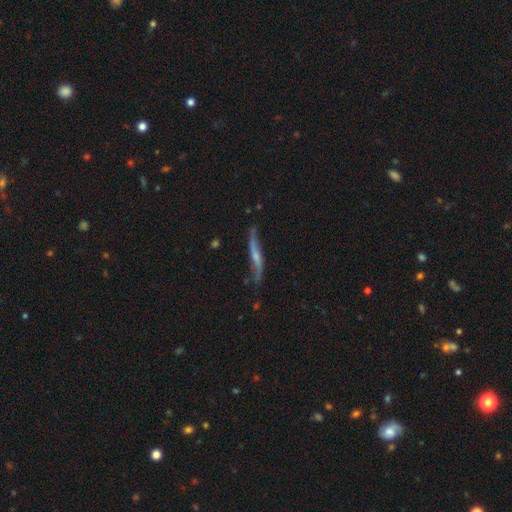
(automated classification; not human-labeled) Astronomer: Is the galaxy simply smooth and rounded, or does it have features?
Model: featured or disk — 72%.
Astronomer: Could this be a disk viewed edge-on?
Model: yes — 63%.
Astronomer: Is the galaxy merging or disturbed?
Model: none — 64%.